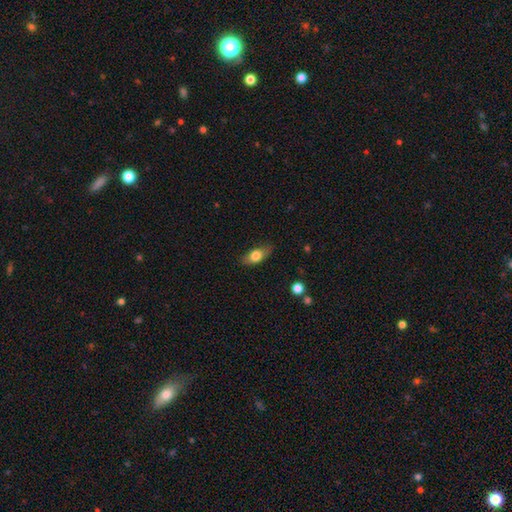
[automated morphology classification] type=smooth (72%); roundness=in between (79%); merging=none (78%).